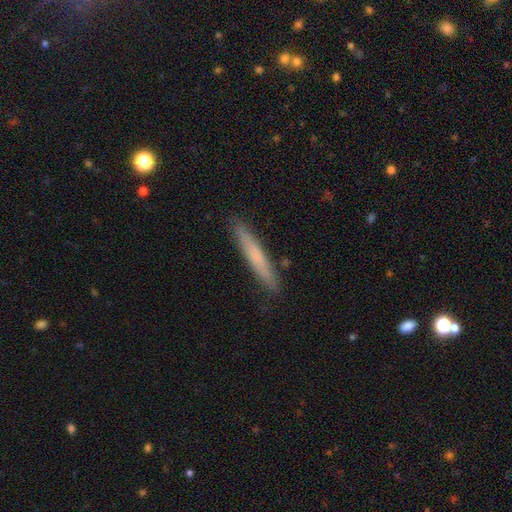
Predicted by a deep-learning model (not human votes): Overall: smooth (67%; featured or disk 27%). How rounded: cigar-shaped (95%). Merging: none (89%).